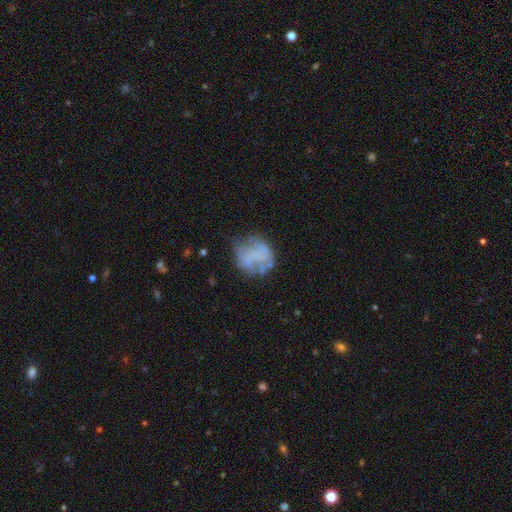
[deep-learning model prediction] Smooth or featured? smooth (45%)
Merging? none (51%)